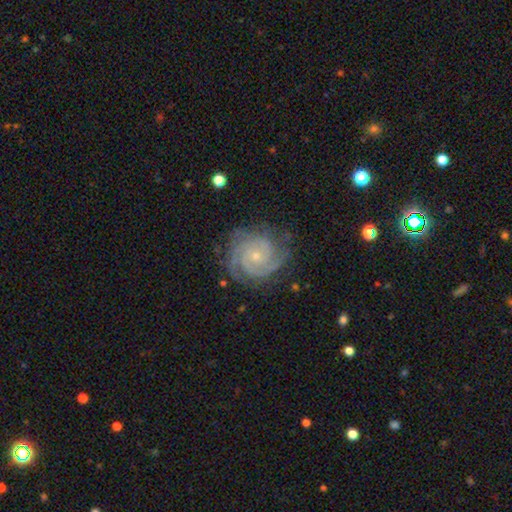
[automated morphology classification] Overall: featured or disk (90%). Edge-on disk: no (98%). Bar: no (75%). Spiral arms: yes (98%). Spiral arm count: 3 (36%; 2 32%). Spiral winding: tight (78%). Bulge size: small (78%). Merging: none (78%).